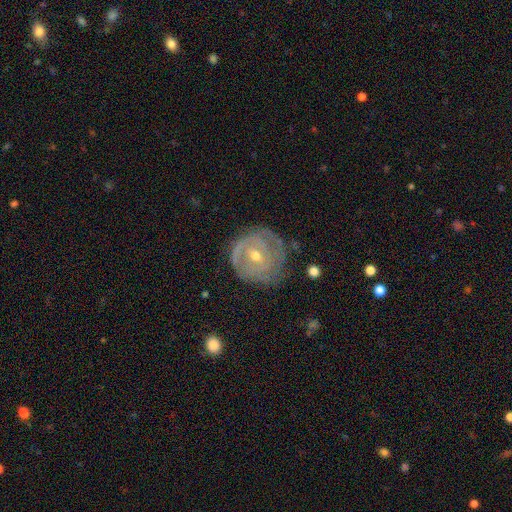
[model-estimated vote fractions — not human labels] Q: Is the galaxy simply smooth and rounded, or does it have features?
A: featured or disk — 80%.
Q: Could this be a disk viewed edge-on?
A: no — 97%.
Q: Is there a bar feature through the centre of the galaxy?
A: no — 54%.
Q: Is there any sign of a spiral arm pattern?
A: yes — 86%.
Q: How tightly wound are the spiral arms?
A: tight — 73%.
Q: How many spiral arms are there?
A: can't tell — 39%.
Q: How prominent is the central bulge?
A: moderate — 53%.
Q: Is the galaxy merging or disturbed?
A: none — 68%.